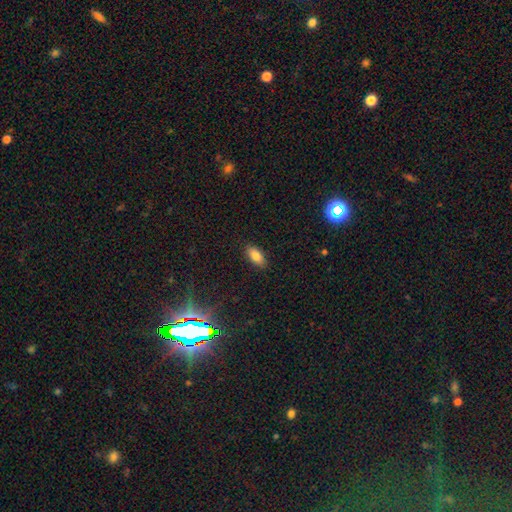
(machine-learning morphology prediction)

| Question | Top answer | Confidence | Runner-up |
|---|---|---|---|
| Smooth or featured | smooth | 83% | star or artifact (10%) |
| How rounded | in between | 89% | cigar-shaped (8%) |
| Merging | none | 88% | minor disturbance (9%) |